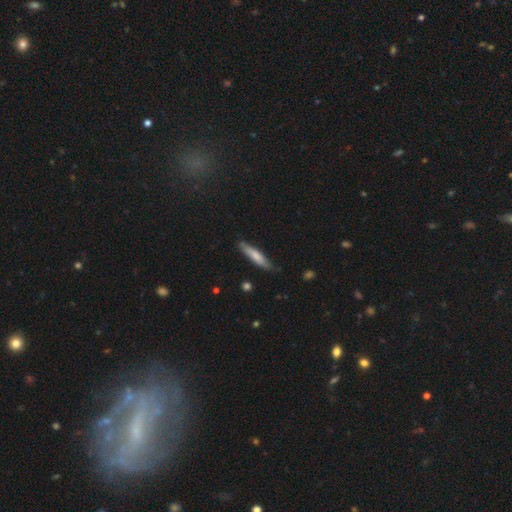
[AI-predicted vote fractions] Smooth or featured? smooth (69%)
How rounded? cigar-shaped (85%)
Merging? none (79%)